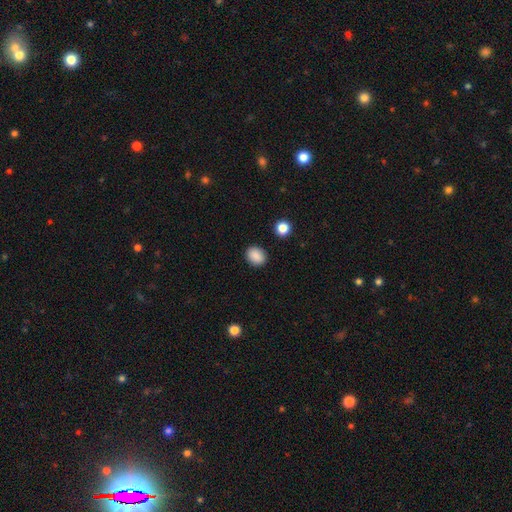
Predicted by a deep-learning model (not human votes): smooth 88%, star or artifact 9%, featured or disk 3%. Down the decision tree: how rounded — in between (50%); merging — none (89%).